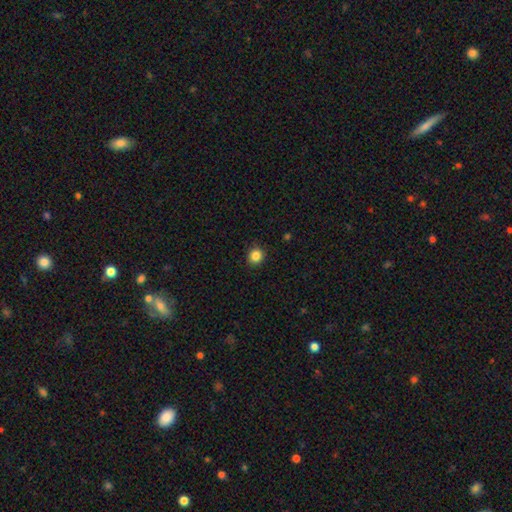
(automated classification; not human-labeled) Smooth or featured?
  - smooth: 85% *
  - star or artifact: 11%
  - featured or disk: 4%
How rounded?
  - round: 89% *
  - in between: 11%
  - cigar-shaped: 1%
Merging?
  - none: 91% *
  - minor disturbance: 6%
  - major disturbance: 2%
  - merger: 1%